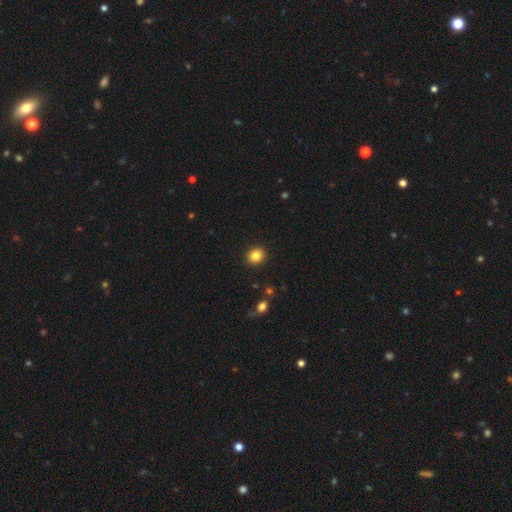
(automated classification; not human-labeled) The model was most divided on "how rounded": round: 74%, in between: 25%, cigar-shaped: 1%. More confident: merging — none (92%); smooth or featured — smooth (85%).